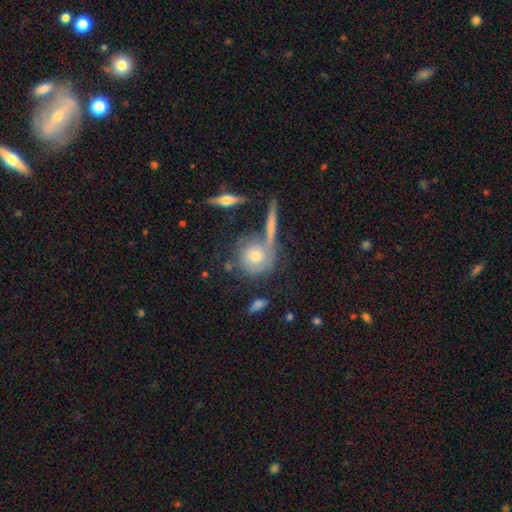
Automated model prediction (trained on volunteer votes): Overall: smooth (51%; featured or disk 38%). How rounded: round (83%). Merging: none (58%; merger 20%).